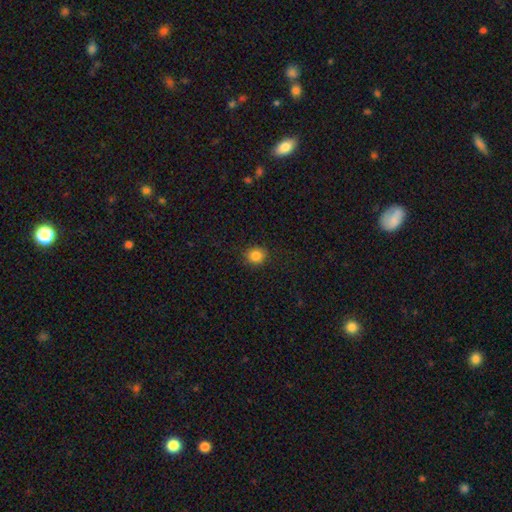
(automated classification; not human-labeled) Smooth or featured?
  - smooth: 85% *
  - star or artifact: 11%
  - featured or disk: 4%
How rounded?
  - round: 77% *
  - in between: 22%
  - cigar-shaped: 1%
Merging?
  - none: 88% *
  - minor disturbance: 9%
  - major disturbance: 2%
  - merger: 1%